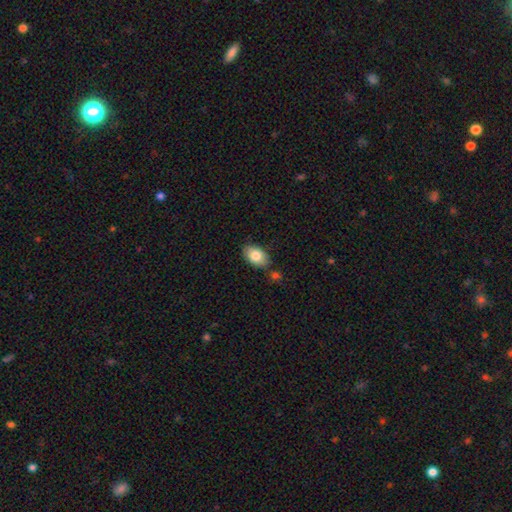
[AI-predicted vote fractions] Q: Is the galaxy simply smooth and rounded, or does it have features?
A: smooth — 83%.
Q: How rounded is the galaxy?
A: in between — 91%.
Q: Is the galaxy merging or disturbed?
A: none — 77%.